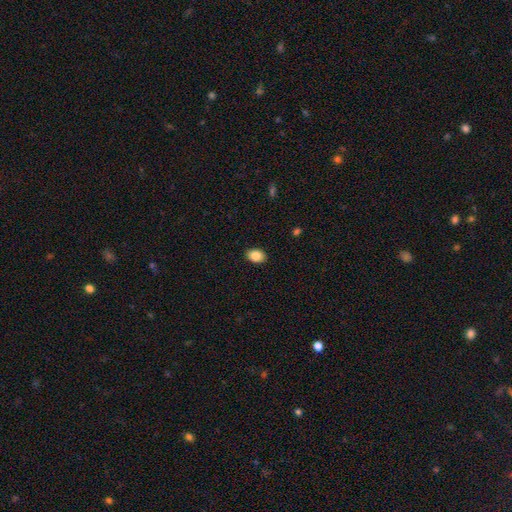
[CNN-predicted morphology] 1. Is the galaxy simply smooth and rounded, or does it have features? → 86% smooth, 8% star or artifact, 6% featured or disk.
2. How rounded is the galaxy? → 78% in between, 21% round, 1% cigar-shaped.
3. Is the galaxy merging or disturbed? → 89% none, 8% minor disturbance, 2% major disturbance, 1% merger.